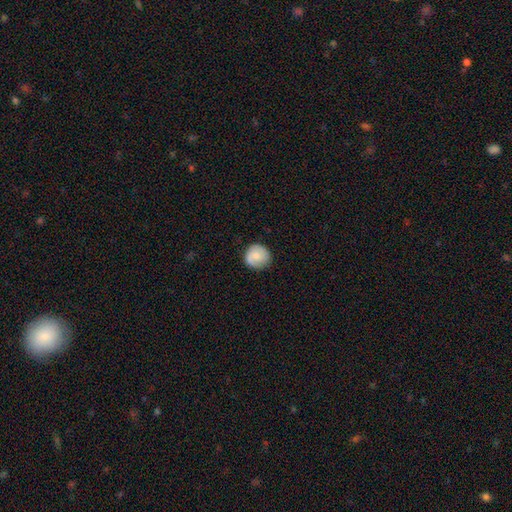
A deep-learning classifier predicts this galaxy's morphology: A smooth galaxy with no disk features (75%) that is round (91%). Merging: none (81%).